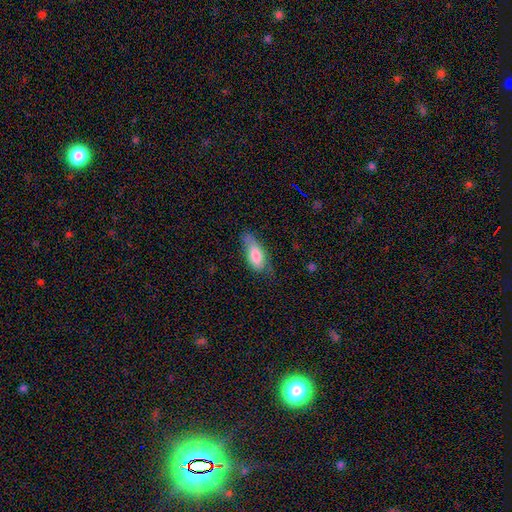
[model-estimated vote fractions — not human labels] smooth 76%, featured or disk 18%, star or artifact 6%. Down the decision tree: how rounded — in between (78%); merging — none (45%).